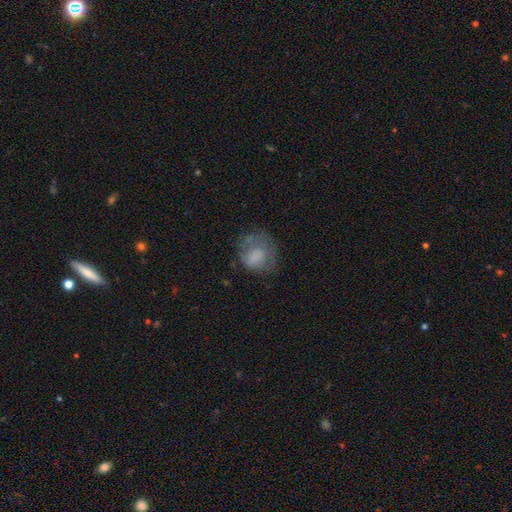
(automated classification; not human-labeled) smooth_or_featured: smooth (p=0.64) [alt: featured or disk p=0.27]
how_rounded: round (p=0.68) [alt: in between p=0.31]
merging: none (p=0.46) [alt: minor disturbance p=0.26]